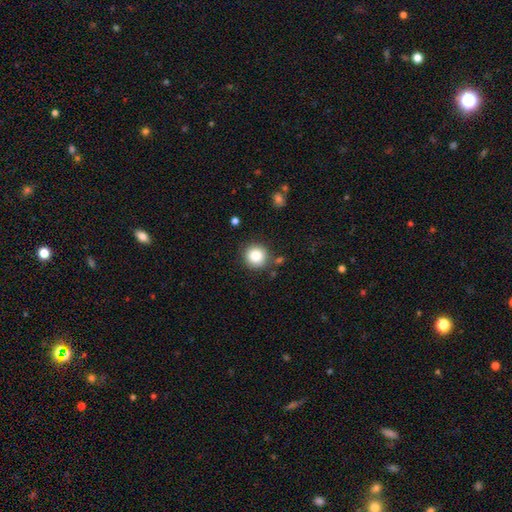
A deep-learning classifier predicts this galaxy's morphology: The model was most divided on "smooth or featured": smooth: 84%, star or artifact: 10%, featured or disk: 6%. More confident: how rounded — round (93%); merging — none (85%).